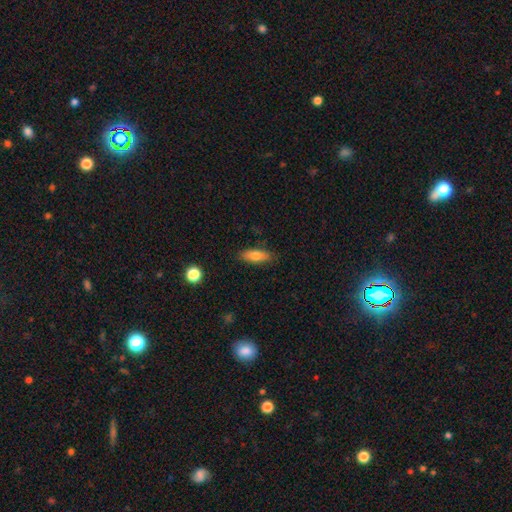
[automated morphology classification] Smooth or featured: smooth — 74% (featured or disk — 19%)
How rounded: in between — 64% (cigar-shaped — 33%)
Merging: none — 86% (minor disturbance — 10%)